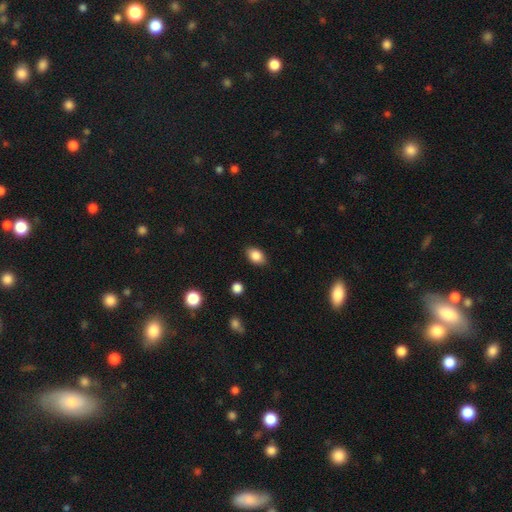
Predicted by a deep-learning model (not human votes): smooth 86%, star or artifact 9%, featured or disk 6%. Down the decision tree: how rounded — in between (84%); merging — none (86%).